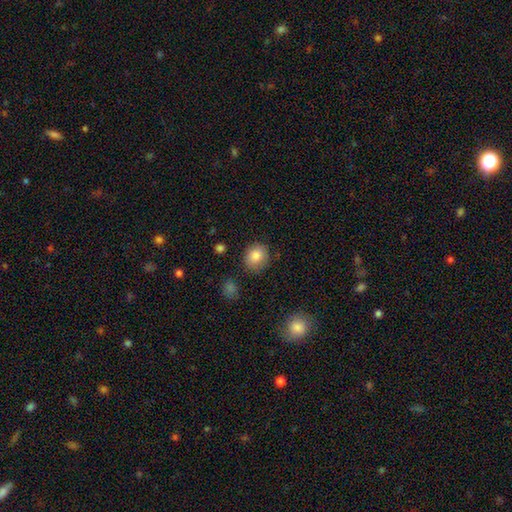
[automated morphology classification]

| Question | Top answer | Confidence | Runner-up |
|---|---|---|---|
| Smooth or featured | smooth | 85% | star or artifact (9%) |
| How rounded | round | 72% | in between (27%) |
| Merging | none | 82% | minor disturbance (13%) |